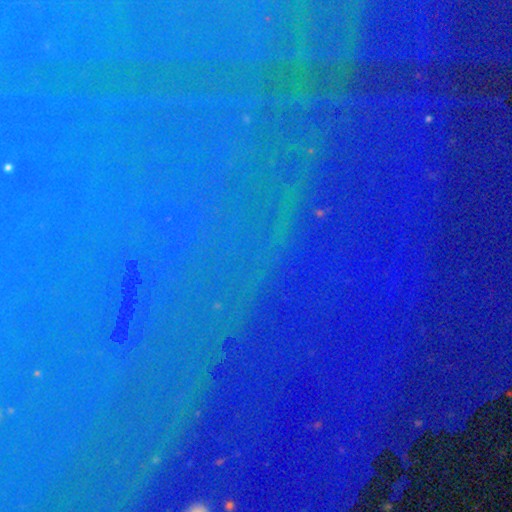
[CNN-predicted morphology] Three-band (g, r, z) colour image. It shows a star or artifact, not a galaxy (84%).